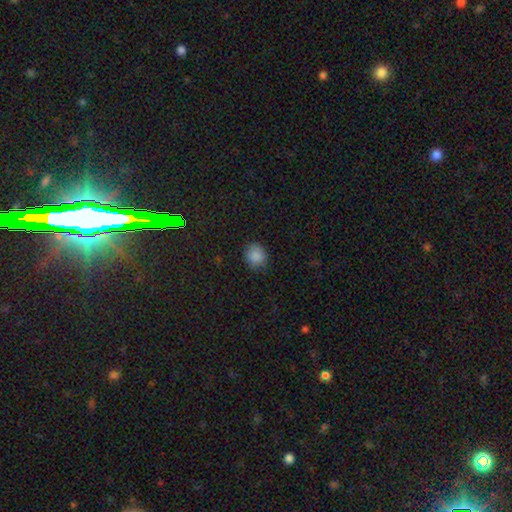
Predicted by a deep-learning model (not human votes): Smooth or featured? Predicted: smooth (p=0.86). How rounded? Predicted: round (p=0.83). Merging? Predicted: none (p=0.86).